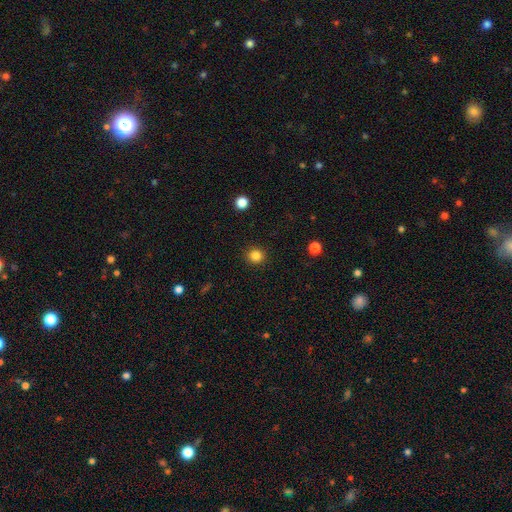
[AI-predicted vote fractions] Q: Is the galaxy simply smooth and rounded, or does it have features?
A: smooth — 84%.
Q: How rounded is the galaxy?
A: round — 90%.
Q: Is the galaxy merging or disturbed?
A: none — 91%.